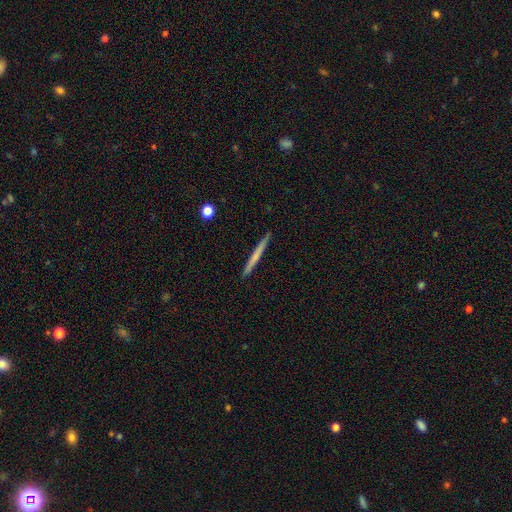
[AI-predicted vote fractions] smooth 56%, featured or disk 39%, star or artifact 6%. Down the decision tree: how rounded — cigar-shaped (97%); merging — none (92%).